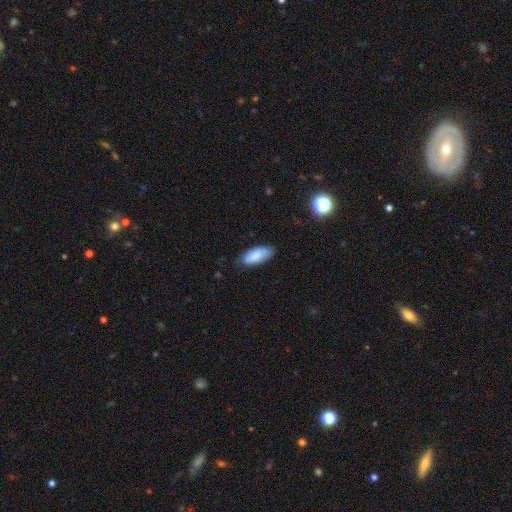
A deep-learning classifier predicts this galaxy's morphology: smooth_or_featured: smooth (p=0.83) [alt: featured or disk p=0.11]
how_rounded: in between (p=0.88) [alt: cigar-shaped p=0.10]
merging: none (p=0.74) [alt: minor disturbance p=0.21]